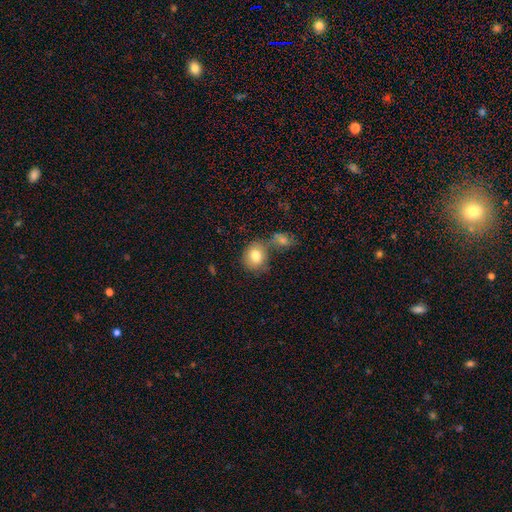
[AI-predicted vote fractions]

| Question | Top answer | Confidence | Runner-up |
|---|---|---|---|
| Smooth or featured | smooth | 80% | featured or disk (12%) |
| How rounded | round | 67% | in between (32%) |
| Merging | none | 49% | merger (29%) |